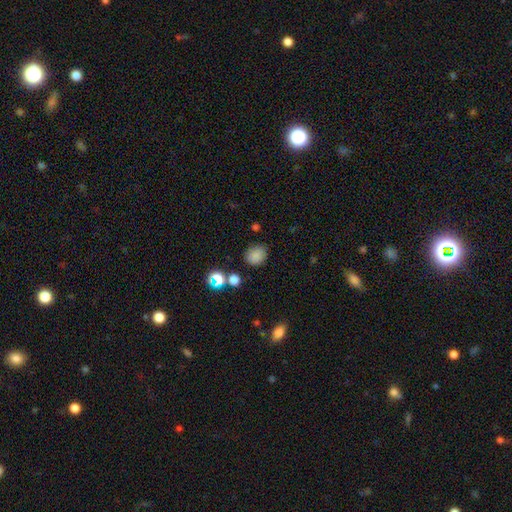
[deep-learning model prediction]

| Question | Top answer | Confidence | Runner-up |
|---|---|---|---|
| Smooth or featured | smooth | 81% | star or artifact (14%) |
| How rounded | round | 67% | in between (32%) |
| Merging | none | 79% | minor disturbance (13%) |